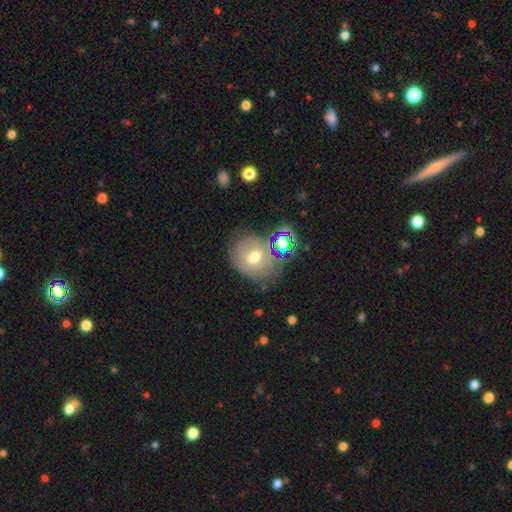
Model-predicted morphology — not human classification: Smooth or featured? featured or disk (40%)
Merging? none (77%)